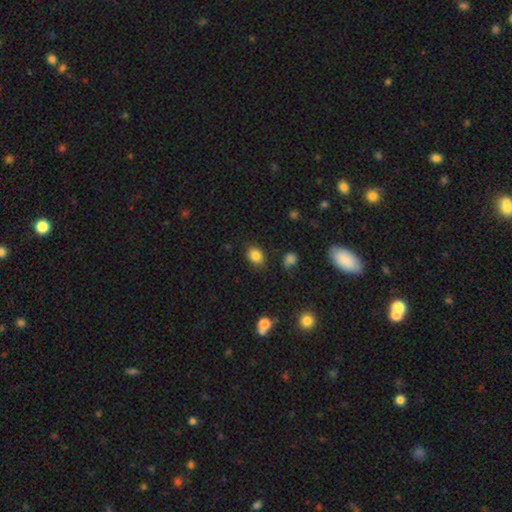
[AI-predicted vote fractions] Smooth or featured? smooth (84%)
How rounded? in between (62%)
Merging? none (82%)